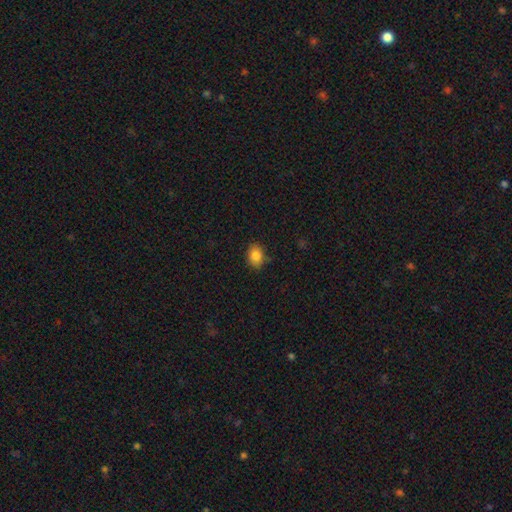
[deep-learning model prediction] This is clearly a smooth galaxy (84%). How rounded: likely in between (69%). Merging: clearly none (81%).